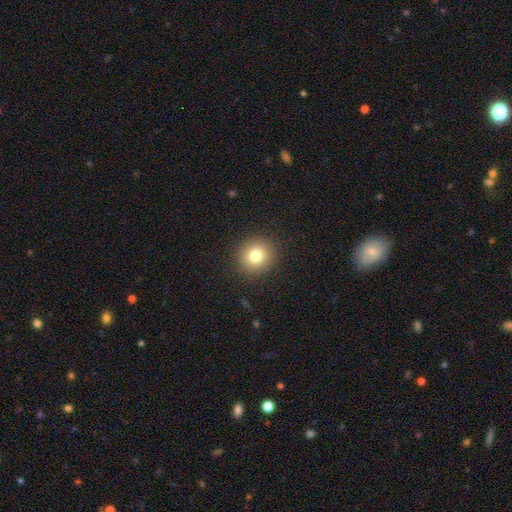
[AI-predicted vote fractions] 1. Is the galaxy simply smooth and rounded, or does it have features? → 80% smooth, 11% star or artifact, 9% featured or disk.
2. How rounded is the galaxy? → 89% round, 10% in between, 1% cigar-shaped.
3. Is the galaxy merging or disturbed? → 91% none, 6% minor disturbance, 2% major disturbance, 1% merger.